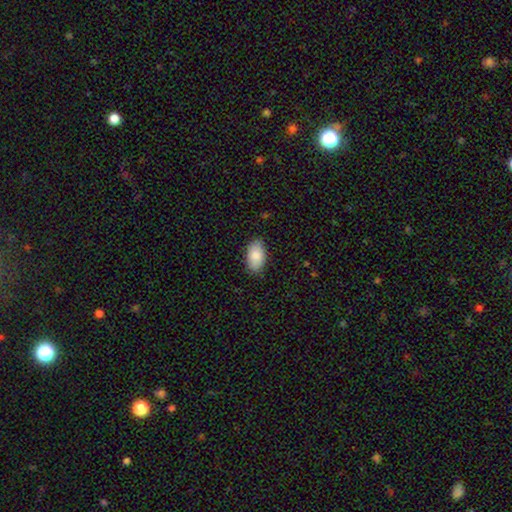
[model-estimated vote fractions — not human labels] Smooth or featured?
  - smooth: 86% *
  - featured or disk: 7%
  - star or artifact: 6%
How rounded?
  - in between: 94% *
  - round: 3%
  - cigar-shaped: 2%
Merging?
  - none: 84% *
  - minor disturbance: 12%
  - major disturbance: 2%
  - merger: 1%